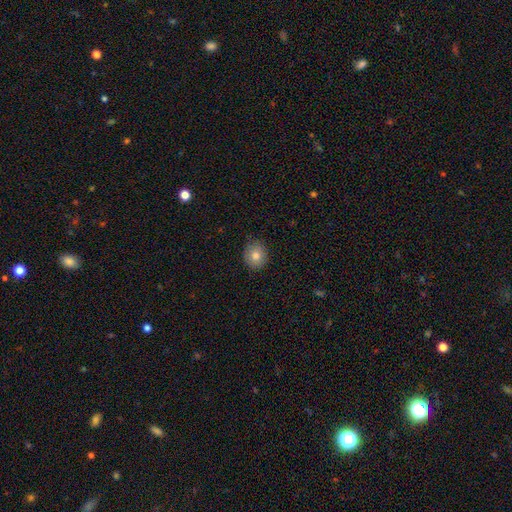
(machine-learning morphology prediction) Q: Smooth or featured?
A: smooth (79%); runner-up: featured or disk (11%)
Q: How rounded?
A: round (76%); runner-up: in between (23%)
Q: Merging?
A: none (85%); runner-up: minor disturbance (12%)